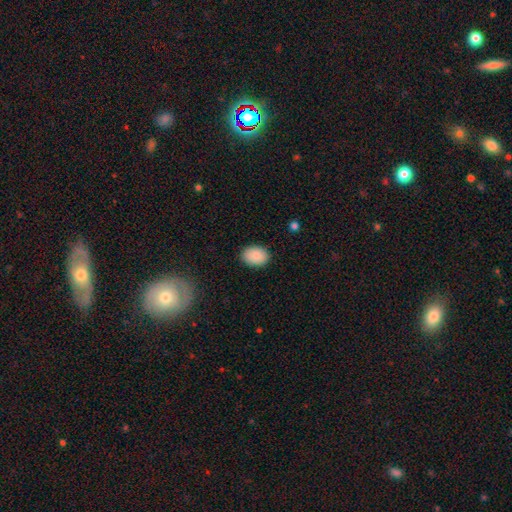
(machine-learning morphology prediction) type=smooth (88%); roundness=in between (79%); merging=none (88%).